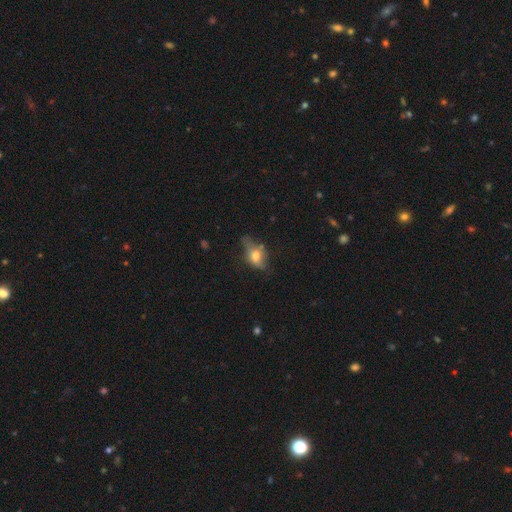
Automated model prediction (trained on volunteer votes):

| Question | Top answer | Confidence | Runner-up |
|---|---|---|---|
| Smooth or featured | smooth | 56% | featured or disk (34%) |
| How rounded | in between | 78% | round (15%) |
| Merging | none | 45% | minor disturbance (32%) |